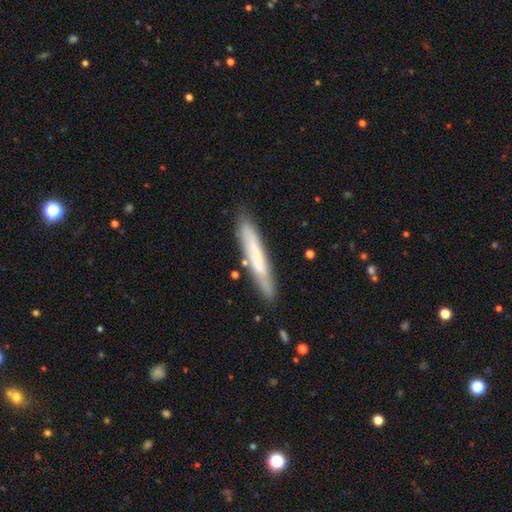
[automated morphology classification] A smooth galaxy with no disk features (58%) that is cigar-shaped (93%). Merging: none (82%).